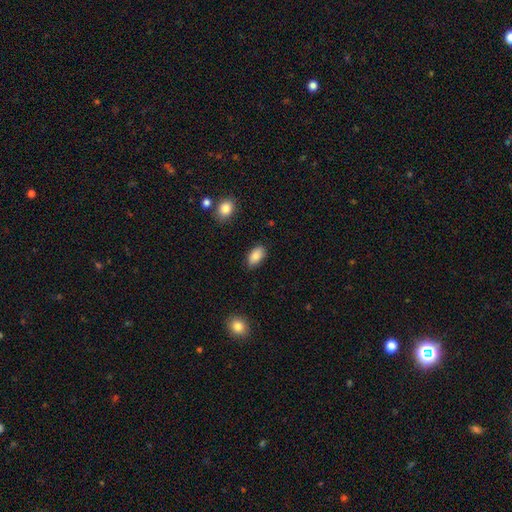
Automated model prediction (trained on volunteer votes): A smooth galaxy with no disk features (86%) that is in between round and cigar-shaped (93%).

Vote fractions:
- Smooth or featured? smooth: 86% / star or artifact: 8% / featured or disk: 6%
- How rounded? in between: 93% / round: 4% / cigar-shaped: 3%
- Merging? none: 84% / minor disturbance: 12% / major disturbance: 3% / merger: 1%